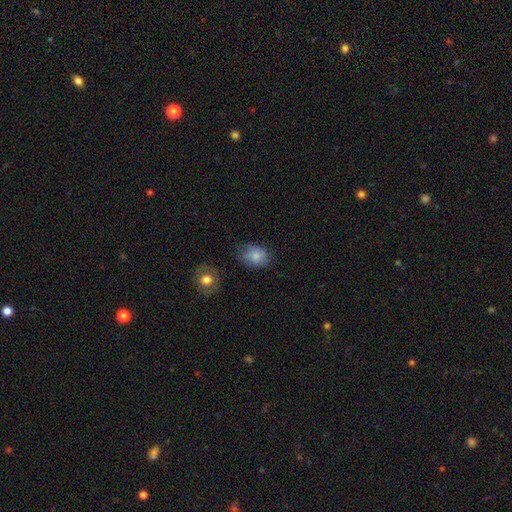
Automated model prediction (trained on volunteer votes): A smooth galaxy with no disk features (81%) that is in between round and cigar-shaped (67%). Merging: none (64%).